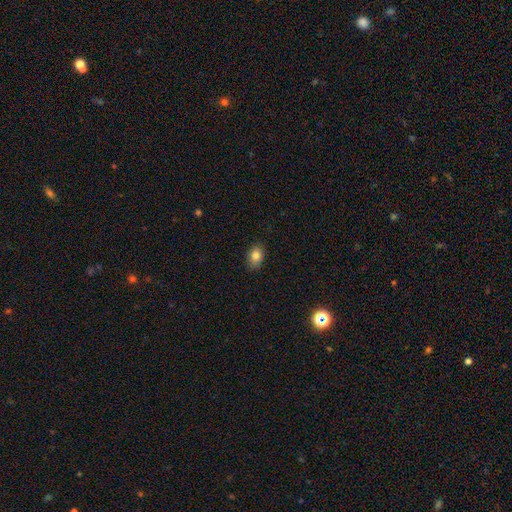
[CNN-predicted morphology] Smooth or featured? Predicted: smooth (p=0.82). How rounded? Predicted: in between (p=0.75). Merging? Predicted: none (p=0.87).